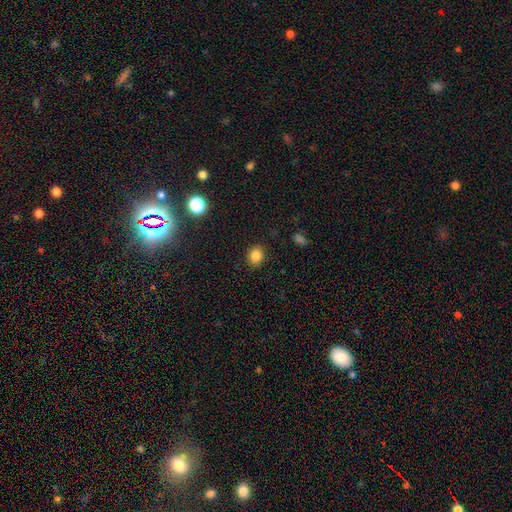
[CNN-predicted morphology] This is clearly a smooth galaxy (84%). How rounded: likely round (67%). Merging: clearly none (88%).